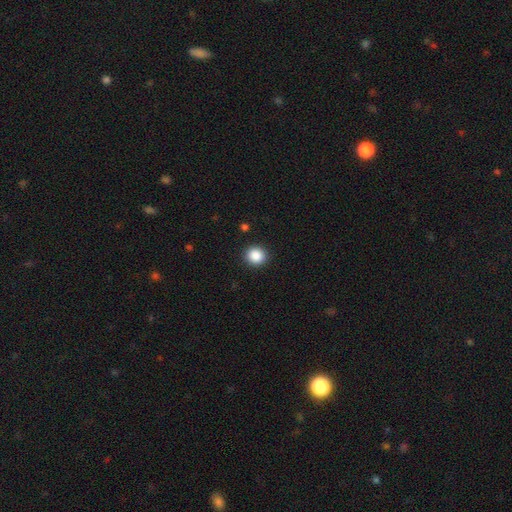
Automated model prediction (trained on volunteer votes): Smooth or featured? Predicted: smooth (p=0.88). How rounded? Predicted: round (p=0.88). Merging? Predicted: none (p=0.91).